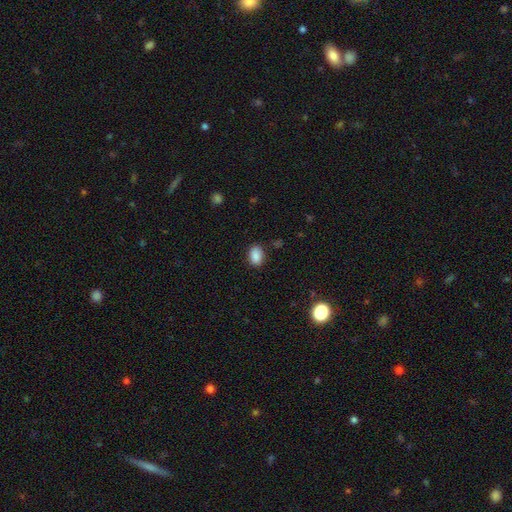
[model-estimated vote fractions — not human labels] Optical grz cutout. It shows a smooth galaxy with no disk features (87%) that is in between round and cigar-shaped (82%). Merging: none (85%).